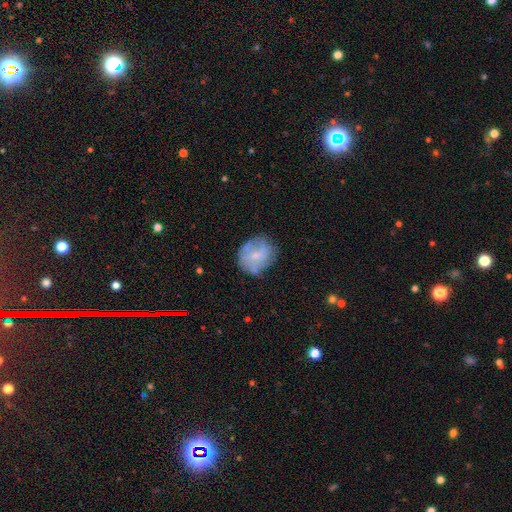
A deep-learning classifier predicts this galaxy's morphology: Smooth or featured: smooth — 52% (featured or disk — 40%)
How rounded: round — 71% (in between — 28%)
Merging: none — 64% (minor disturbance — 24%)